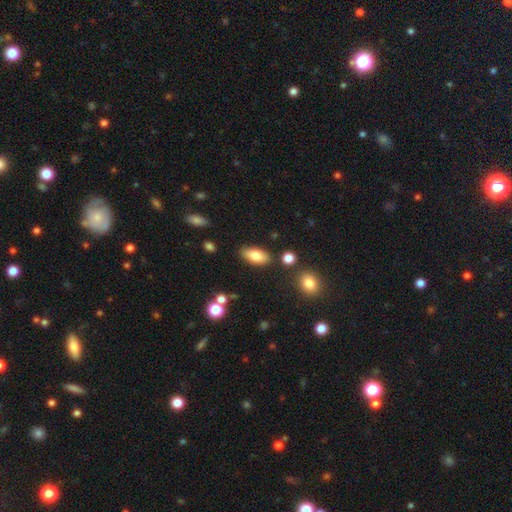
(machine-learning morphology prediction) type=smooth (80%); roundness=in between (90%); merging=none (83%).